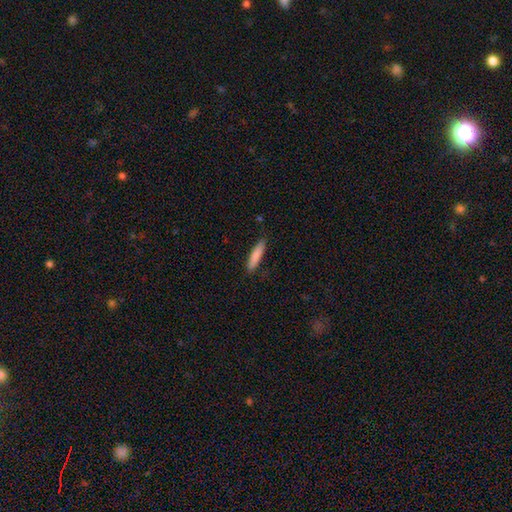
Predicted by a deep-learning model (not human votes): A smooth galaxy with no disk features (84%) that is cigar-shaped (84%).

Vote fractions:
- Smooth or featured? smooth: 84% / featured or disk: 11% / star or artifact: 6%
- How rounded? cigar-shaped: 84% / in between: 14% / round: 1%
- Merging? none: 86% / minor disturbance: 11% / major disturbance: 2% / merger: 1%